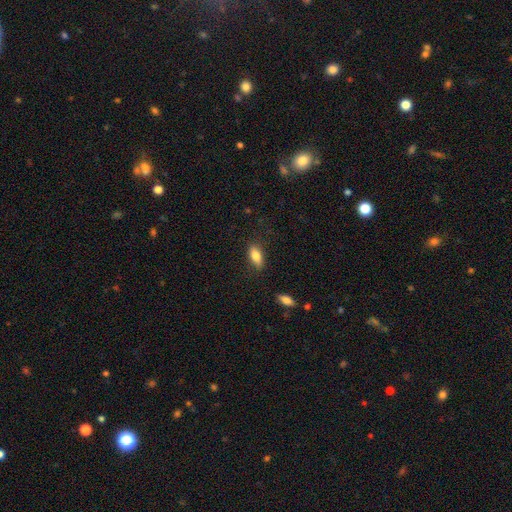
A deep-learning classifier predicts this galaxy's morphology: A smooth galaxy with no disk features (82%) that is in between round and cigar-shaped (84%).

Vote fractions:
- Smooth or featured? smooth: 82% / featured or disk: 10% / star or artifact: 7%
- How rounded? in between: 84% / cigar-shaped: 13% / round: 4%
- Merging? none: 80% / minor disturbance: 15% / major disturbance: 4% / merger: 2%